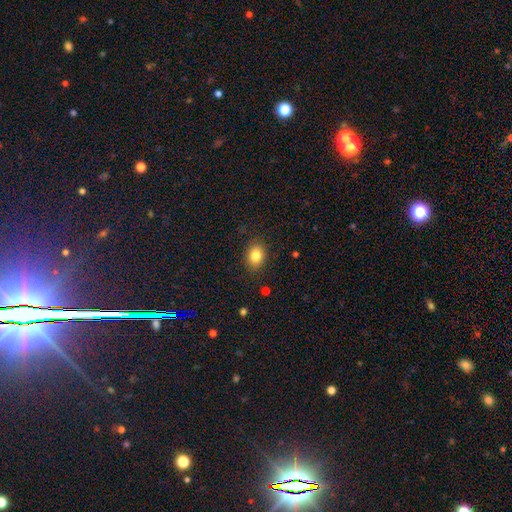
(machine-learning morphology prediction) type=smooth (83%); roundness=in between (66%); merging=none (86%).